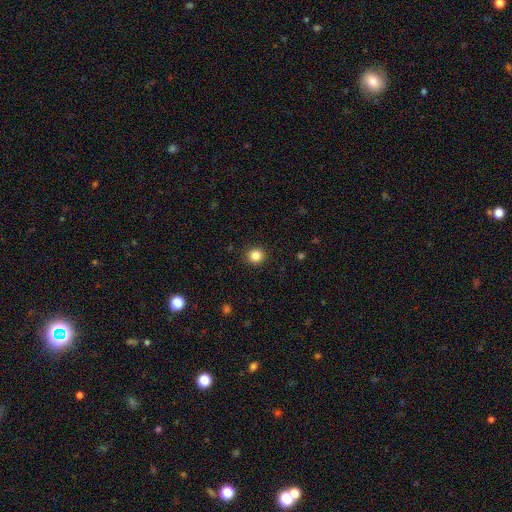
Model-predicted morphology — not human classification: This is clearly a smooth galaxy (85%). How rounded: clearly round (91%). Merging: clearly none (92%).